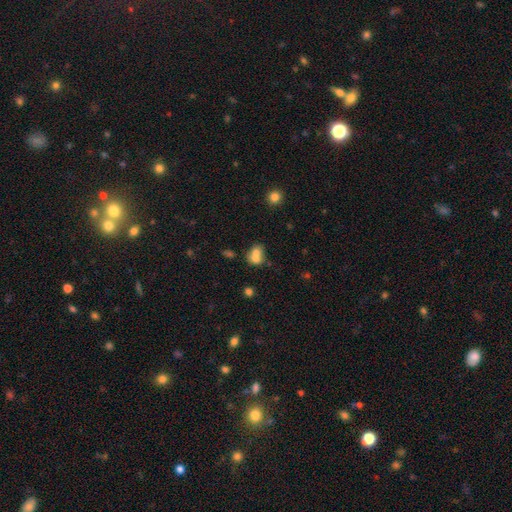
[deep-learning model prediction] The model was most divided on "how rounded": round: 53%, in between: 46%, cigar-shaped: 1%. More confident: smooth or featured — smooth (70%); merging — merger (65%).